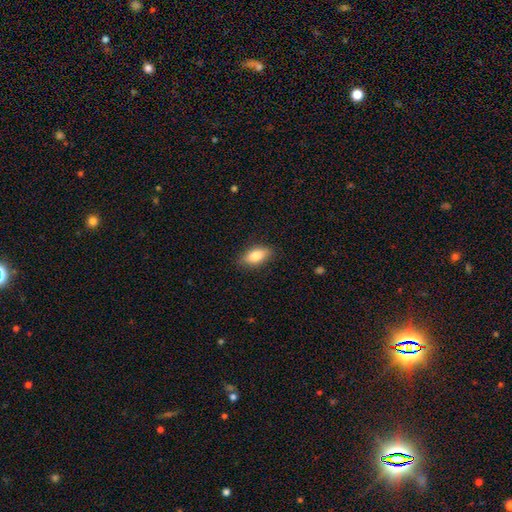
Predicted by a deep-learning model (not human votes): Smooth or featured? smooth (80%)
How rounded? in between (86%)
Merging? none (83%)